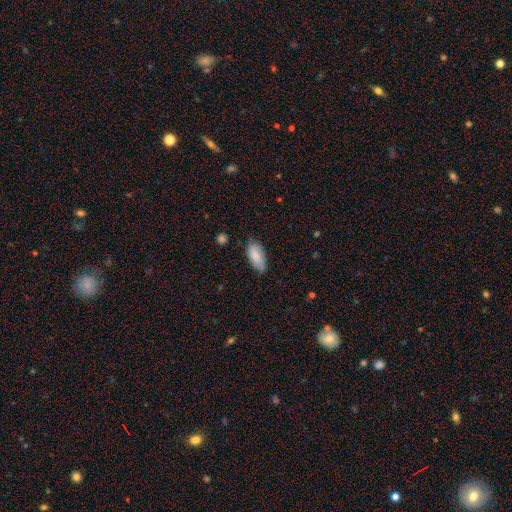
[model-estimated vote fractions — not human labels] smooth-or-featured: smooth: 85% | featured or disk: 9% | star or artifact: 6%
  how-rounded: in between: 89% | cigar-shaped: 9% | round: 2%
  merging: none: 77% | minor disturbance: 19% | major disturbance: 3% | merger: 1%